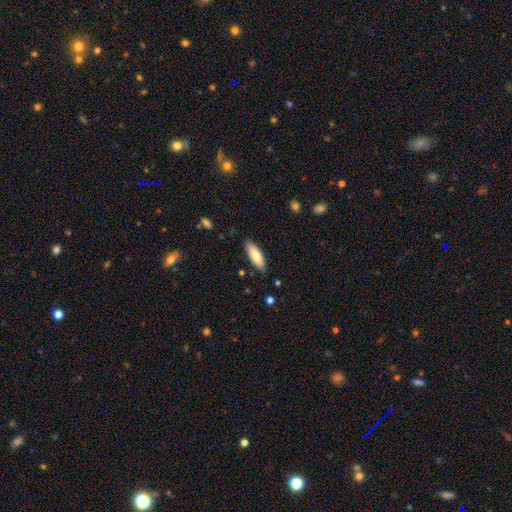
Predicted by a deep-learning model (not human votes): Q: Smooth or featured?
A: smooth (77%); runner-up: featured or disk (17%)
Q: How rounded?
A: in between (55%); runner-up: cigar-shaped (43%)
Q: Merging?
A: none (86%); runner-up: minor disturbance (10%)